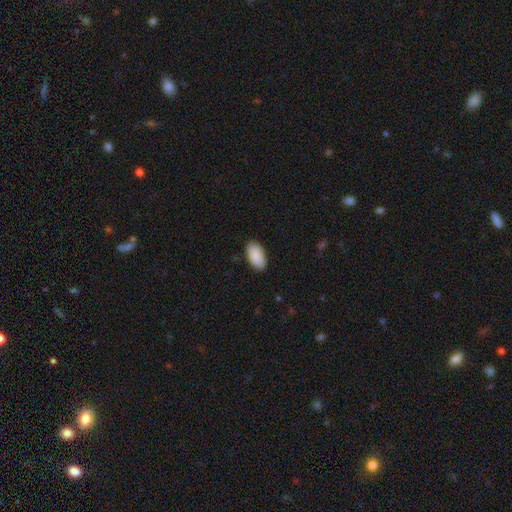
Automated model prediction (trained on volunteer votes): Morphology: type=smooth (91%); roundness=in between (95%); merging=none (87%).